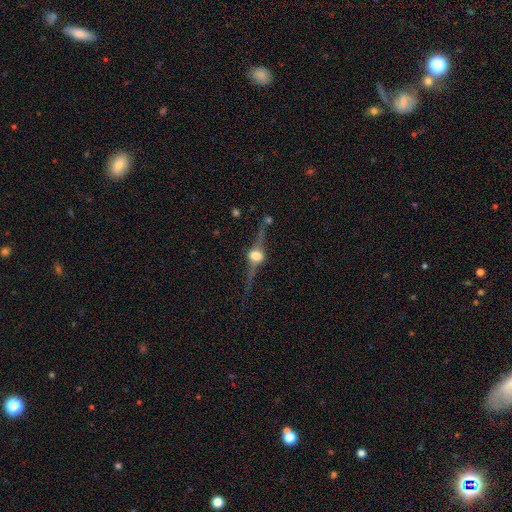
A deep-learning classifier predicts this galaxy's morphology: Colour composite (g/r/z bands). It shows a featured or disk galaxy (85%) viewed edge-on (95%) with a rounded central bulge (95%). Merging: none (82%).